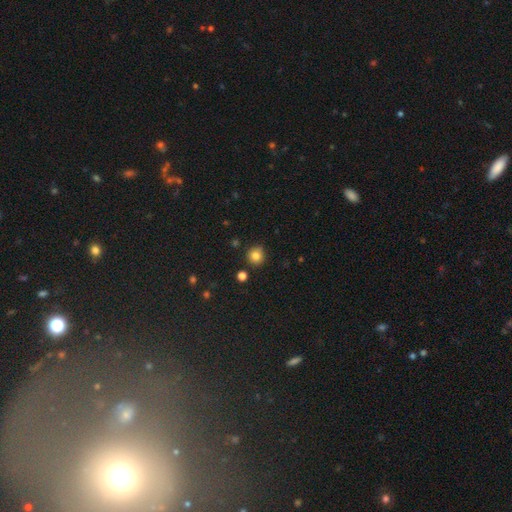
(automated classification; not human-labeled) Overall: smooth (82%). How rounded: round (92%). Merging: none (85%).